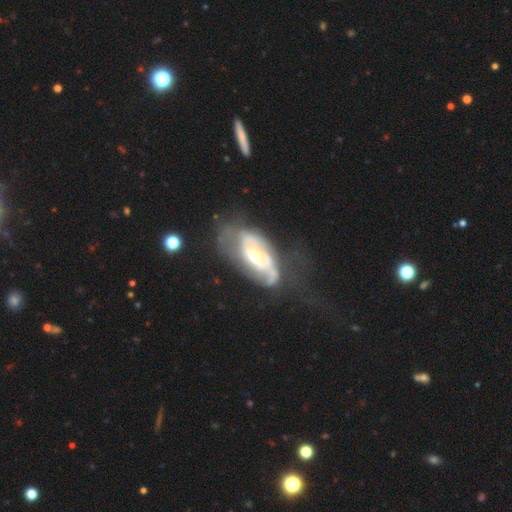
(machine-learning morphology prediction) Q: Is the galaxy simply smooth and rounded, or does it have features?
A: featured or disk — 77%.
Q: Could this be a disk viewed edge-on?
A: no — 93%.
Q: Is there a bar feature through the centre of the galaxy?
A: no — 62%.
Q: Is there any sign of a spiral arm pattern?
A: yes — 75%.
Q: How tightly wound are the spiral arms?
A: tight — 46%.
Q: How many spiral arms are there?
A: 2 — 43%.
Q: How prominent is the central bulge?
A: moderate — 64%.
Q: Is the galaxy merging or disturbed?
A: none — 37%.